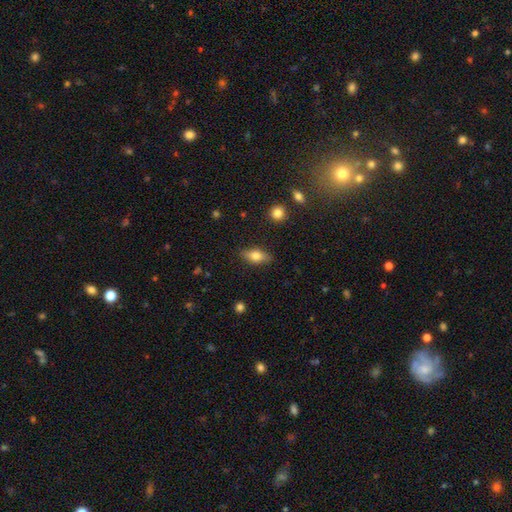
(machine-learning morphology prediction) smooth 71%, featured or disk 21%, star or artifact 8%. Down the decision tree: how rounded — in between (81%); merging — none (85%).